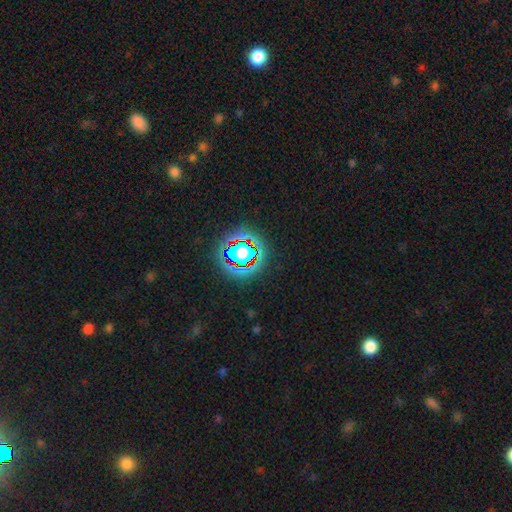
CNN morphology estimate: A star or artifact, not a galaxy (79%).

Vote fractions:
- Smooth or featured? star or artifact: 79% / smooth: 13% / featured or disk: 9%